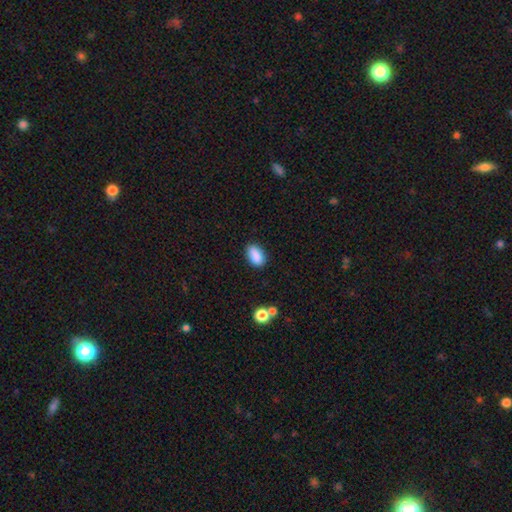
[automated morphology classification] Smooth or featured: smooth — 87% (star or artifact — 8%)
How rounded: in between — 90% (round — 7%)
Merging: none — 83% (minor disturbance — 12%)